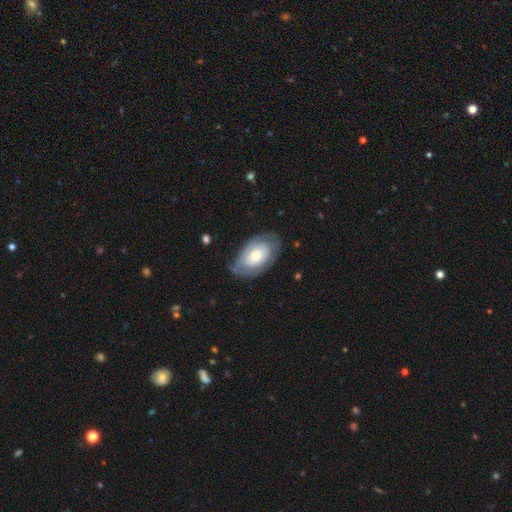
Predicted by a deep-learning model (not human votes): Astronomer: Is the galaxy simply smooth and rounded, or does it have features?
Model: featured or disk — 49% (runner-up: smooth, 45%).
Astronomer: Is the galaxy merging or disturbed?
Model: none — 70%.